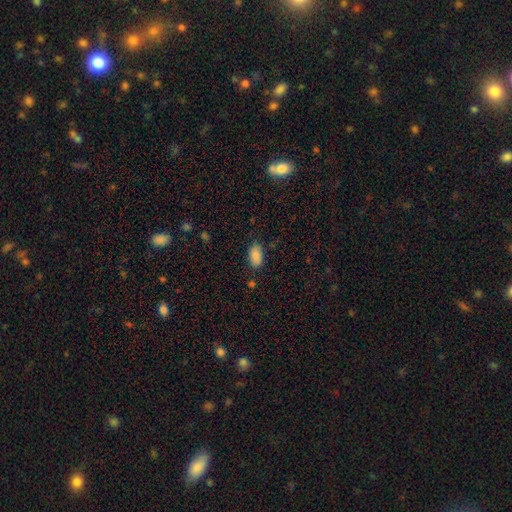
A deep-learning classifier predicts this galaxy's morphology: smooth_or_featured: smooth (p=0.87) [alt: star or artifact p=0.08]
how_rounded: in between (p=0.93) [alt: round p=0.04]
merging: none (p=0.83) [alt: minor disturbance p=0.12]